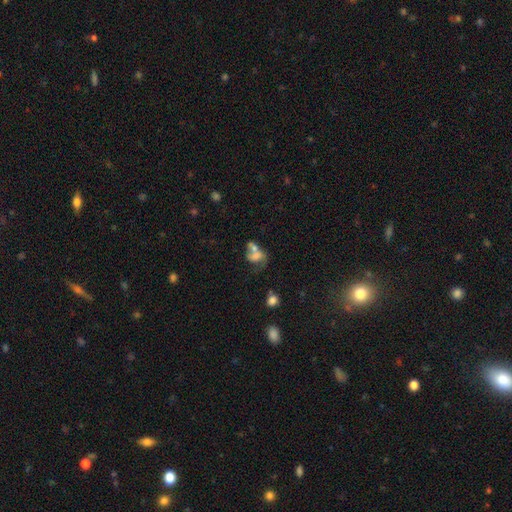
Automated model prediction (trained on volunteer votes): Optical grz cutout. It shows a smooth galaxy with no disk features (52%) that is in between round and cigar-shaped (69%). Merging: merger (49%).